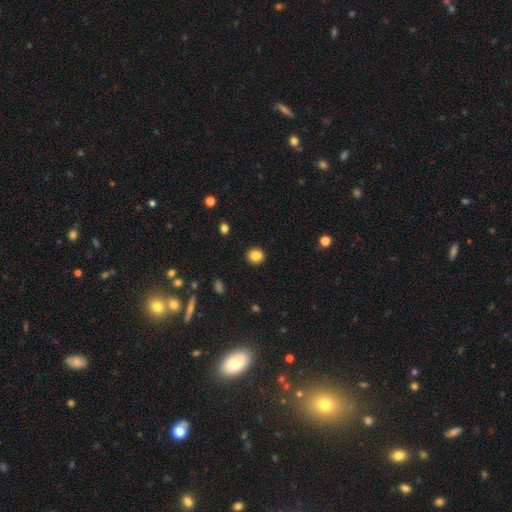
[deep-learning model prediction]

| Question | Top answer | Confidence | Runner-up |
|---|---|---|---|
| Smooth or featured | smooth | 85% | star or artifact (10%) |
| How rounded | round | 83% | in between (16%) |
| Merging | none | 91% | minor disturbance (6%) |